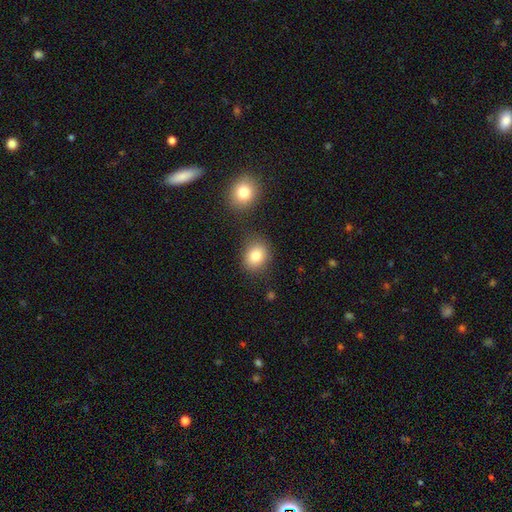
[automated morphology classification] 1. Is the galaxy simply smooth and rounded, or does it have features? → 82% smooth, 11% star or artifact, 8% featured or disk.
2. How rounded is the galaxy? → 65% round, 35% in between, 1% cigar-shaped.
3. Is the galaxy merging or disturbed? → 77% none, 11% minor disturbance, 9% merger, 3% major disturbance.